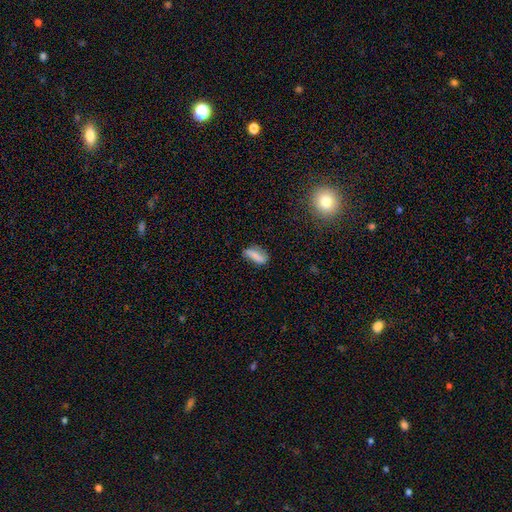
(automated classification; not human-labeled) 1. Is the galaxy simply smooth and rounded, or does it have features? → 69% smooth, 22% featured or disk, 9% star or artifact.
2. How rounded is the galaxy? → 68% in between, 28% cigar-shaped, 4% round.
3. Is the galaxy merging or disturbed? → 64% none, 25% minor disturbance, 8% major disturbance, 3% merger.